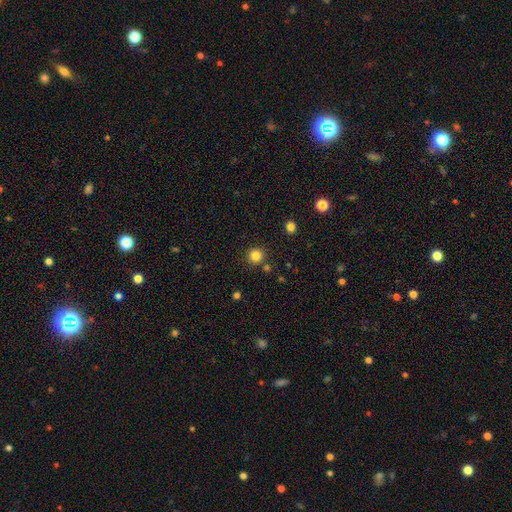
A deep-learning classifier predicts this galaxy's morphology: Smooth or featured? Predicted: smooth (p=0.82). How rounded? Predicted: round (p=0.94). Merging? Predicted: none (p=0.86).